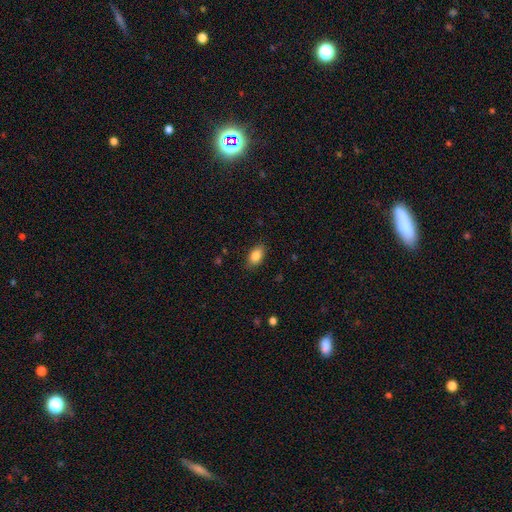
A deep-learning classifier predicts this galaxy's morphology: smooth 86%, star or artifact 8%, featured or disk 7%. Down the decision tree: how rounded — in between (90%); merging — none (85%).